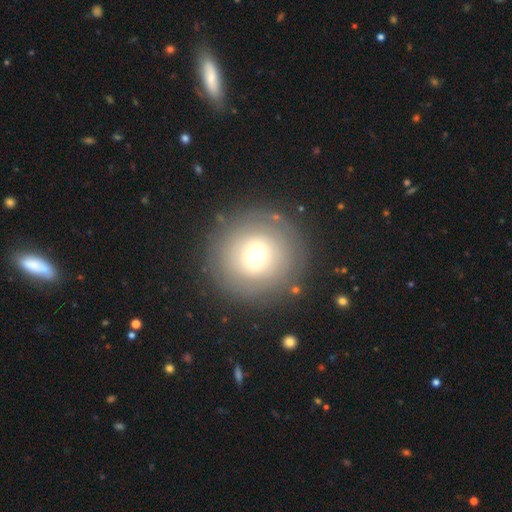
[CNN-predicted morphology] A smooth galaxy with no disk features (55%) that is round (94%). Merging: none (85%).